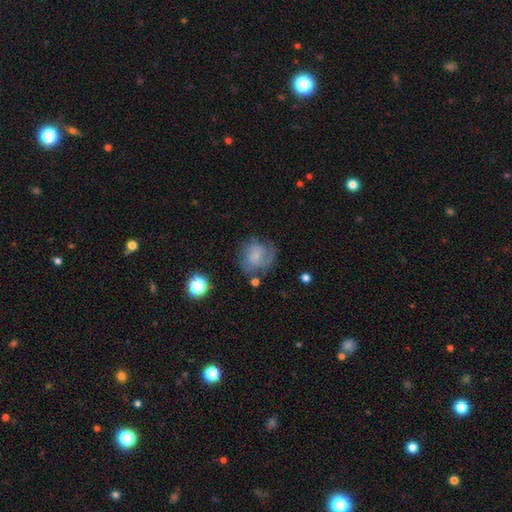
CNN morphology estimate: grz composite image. It shows a smooth galaxy with no disk features (51%) that is round (75%). Merging: none (55%).